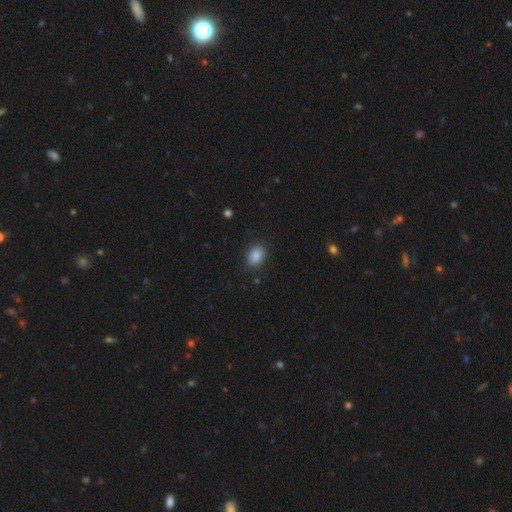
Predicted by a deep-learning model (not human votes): This appears to be a smooth galaxy with no disk features (87%) that is in between round and cigar-shaped (80%). Merging: none (87%).